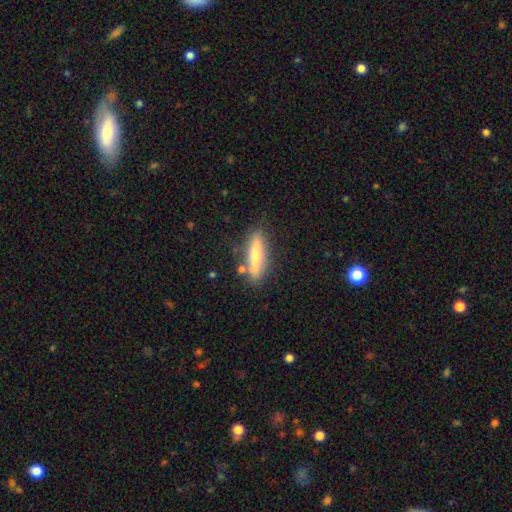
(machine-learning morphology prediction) type=smooth (56%); roundness=cigar-shaped (77%); merging=none (80%).